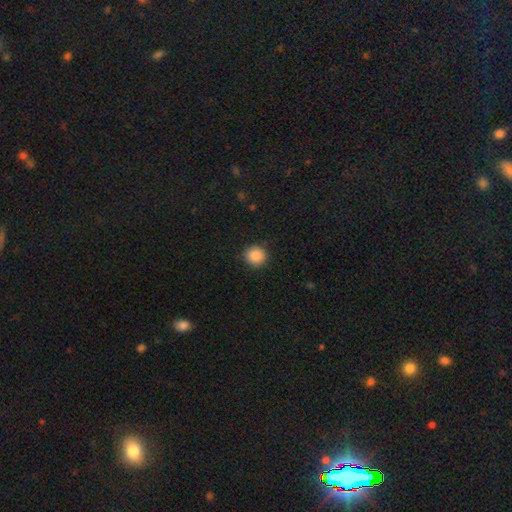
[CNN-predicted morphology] Q: Smooth or featured?
A: smooth (88%); runner-up: star or artifact (9%)
Q: How rounded?
A: round (92%); runner-up: in between (7%)
Q: Merging?
A: none (90%); runner-up: minor disturbance (7%)